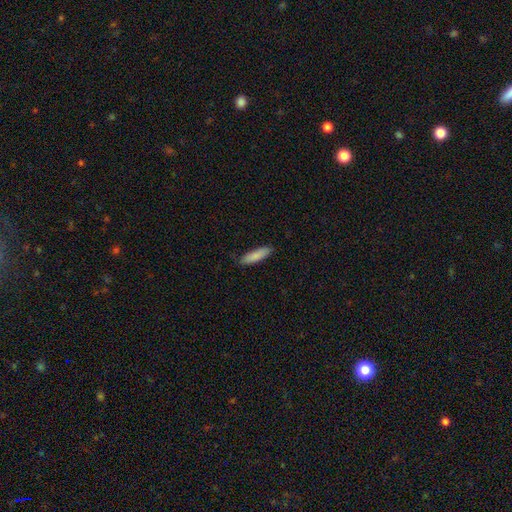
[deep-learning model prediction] The model was most divided on "how rounded": cigar-shaped: 65%, in between: 34%, round: 1%. More confident: merging — none (87%); smooth or featured — smooth (86%).